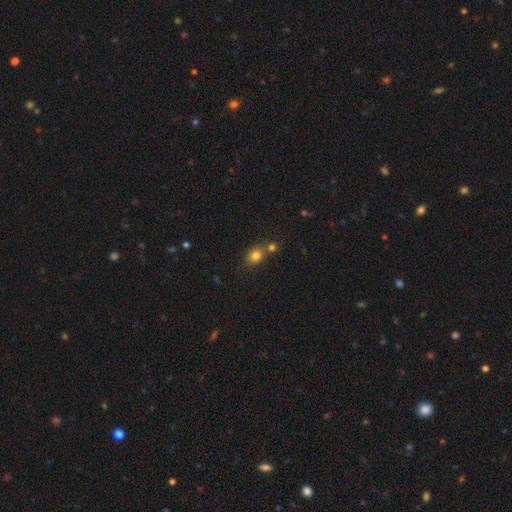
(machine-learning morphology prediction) smooth-or-featured: smooth: 80% | star or artifact: 12% | featured or disk: 8%
  how-rounded: round: 53% | in between: 45% | cigar-shaped: 1%
  merging: none: 56% | merger: 30% | minor disturbance: 11% | major disturbance: 3%